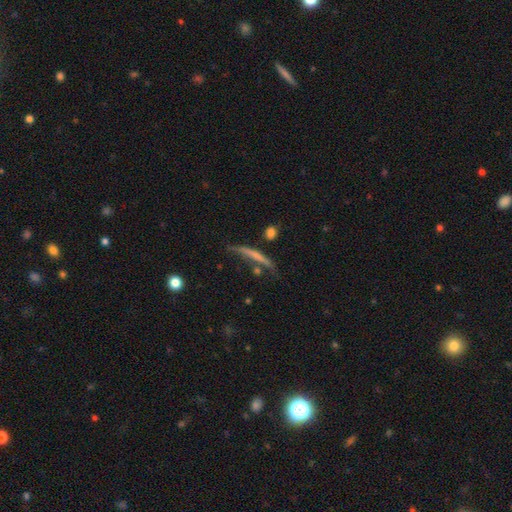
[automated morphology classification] Smooth or featured? Predicted: smooth (p=0.47). Merging? Predicted: none (p=0.55).